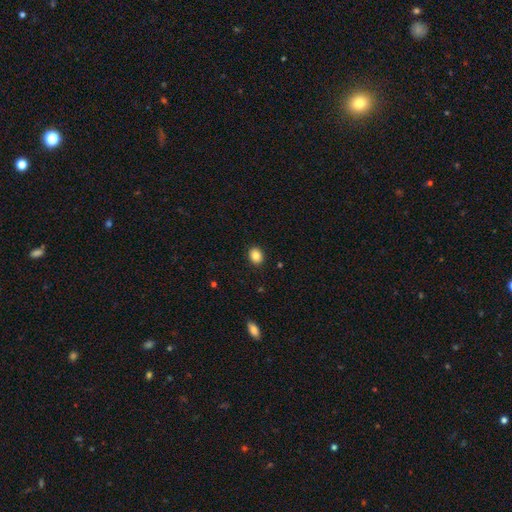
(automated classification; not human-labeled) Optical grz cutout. It shows a smooth galaxy with no disk features (87%) that is round (50%). Merging: none (90%).